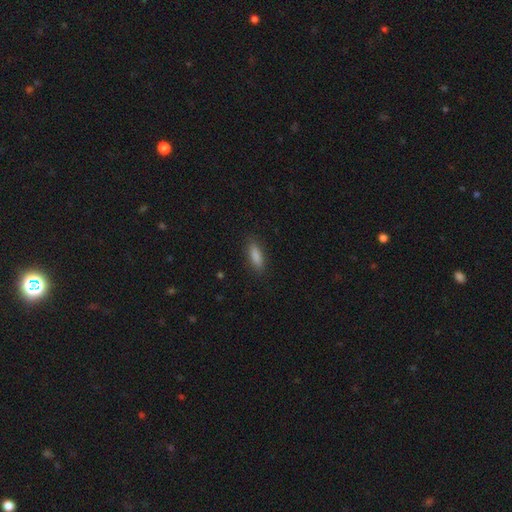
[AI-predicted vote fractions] smooth 85%, star or artifact 8%, featured or disk 7%. Down the decision tree: how rounded — in between (53%); merging — none (87%).